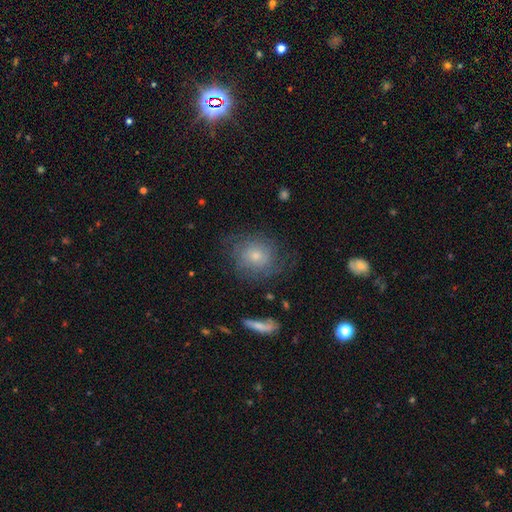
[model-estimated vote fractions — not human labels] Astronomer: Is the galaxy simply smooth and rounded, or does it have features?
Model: featured or disk — 46% (runner-up: smooth, 43%).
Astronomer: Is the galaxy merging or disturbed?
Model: none — 66%.